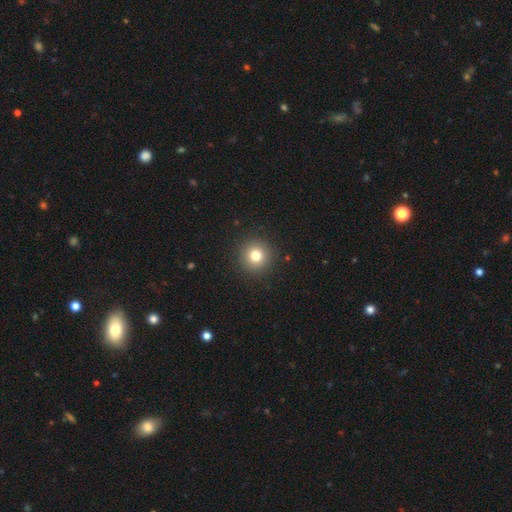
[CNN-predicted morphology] smooth 79%, star or artifact 12%, featured or disk 9%. Down the decision tree: how rounded — round (95%); merging — none (91%).